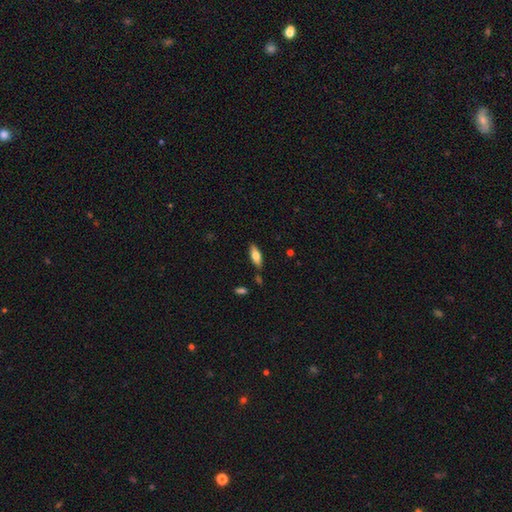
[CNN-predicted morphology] smooth 75%, featured or disk 19%, star or artifact 6%. Down the decision tree: how rounded — in between (72%); merging — none (81%).